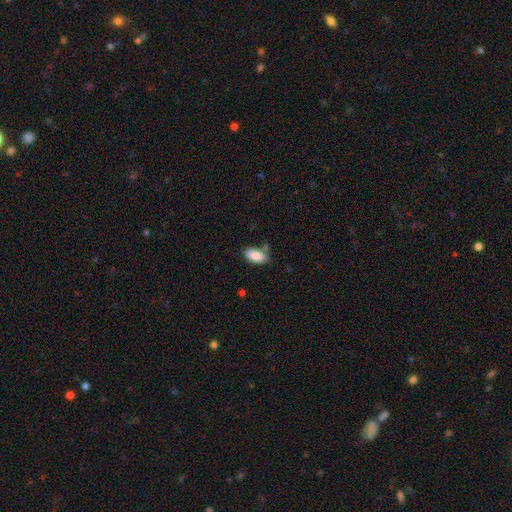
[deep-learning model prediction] This is clearly a smooth galaxy (87%). How rounded: clearly in between (94%). Merging: likely none (74%).